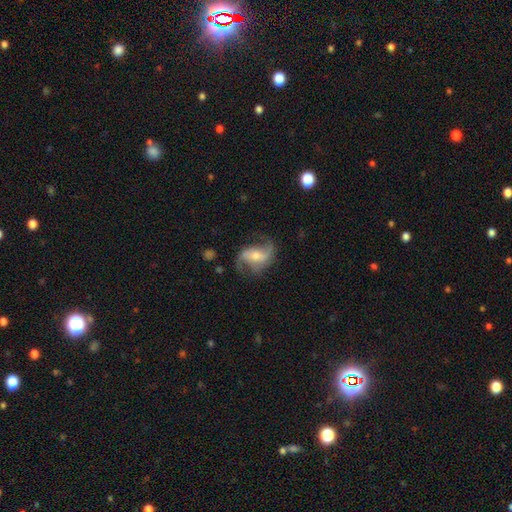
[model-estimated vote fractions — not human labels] smooth-or-featured: featured or disk: 82% | smooth: 11% | star or artifact: 7%
  disk-edge-on: no: 97% | yes: 3%
    bar: weak: 39% | no: 34% | strong: 27%
    has-spiral-arms: yes: 95% | no: 5%
      spiral-winding: loose: 60% | medium: 32% | tight: 9%
      spiral-arm-count: 2: 86% | can't tell: 4% | 1: 4% | 3: 3% | 4: 1% | more than 4: 1%
    bulge-size: small: 46% (tied) | moderate: 46% (tied) | large: 4% | none: 3% | dominant: 1%
  merging: none: 69% | minor disturbance: 18% | major disturbance: 12% | merger: 2%